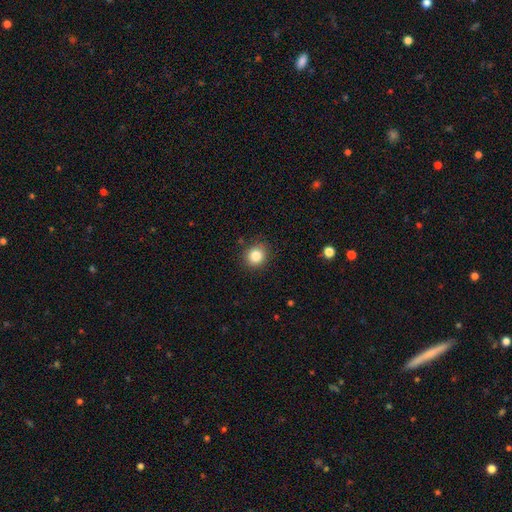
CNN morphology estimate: Smooth or featured? smooth (84%)
How rounded? round (83%)
Merging? none (88%)